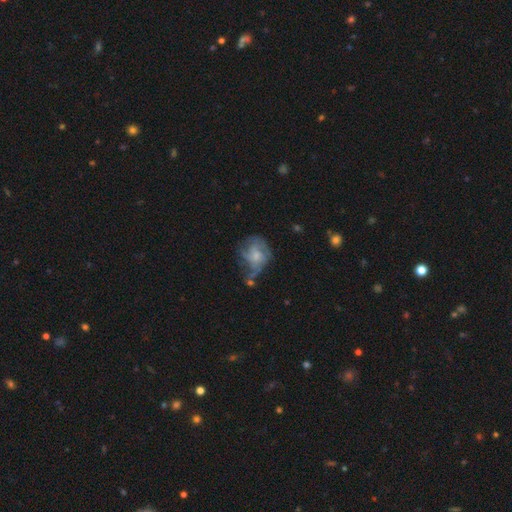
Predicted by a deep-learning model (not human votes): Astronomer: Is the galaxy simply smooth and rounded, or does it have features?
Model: featured or disk — 62%.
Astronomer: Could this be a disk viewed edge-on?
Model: no — 97%.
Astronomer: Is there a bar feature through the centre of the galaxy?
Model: no — 72%.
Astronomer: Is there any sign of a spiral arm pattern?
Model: yes — 74%.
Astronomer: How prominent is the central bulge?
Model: moderate — 41% (runner-up: small, 39%).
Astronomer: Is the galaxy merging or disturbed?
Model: none — 40% (runner-up: major disturbance, 27%).